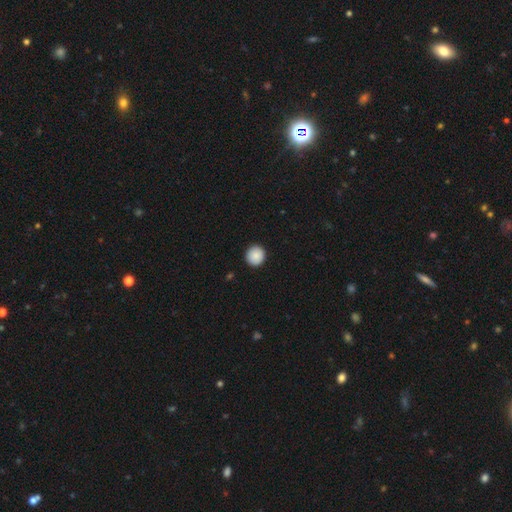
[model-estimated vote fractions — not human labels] Smooth or featured? Predicted: smooth (p=0.89). How rounded? Predicted: round (p=0.92). Merging? Predicted: none (p=0.93).